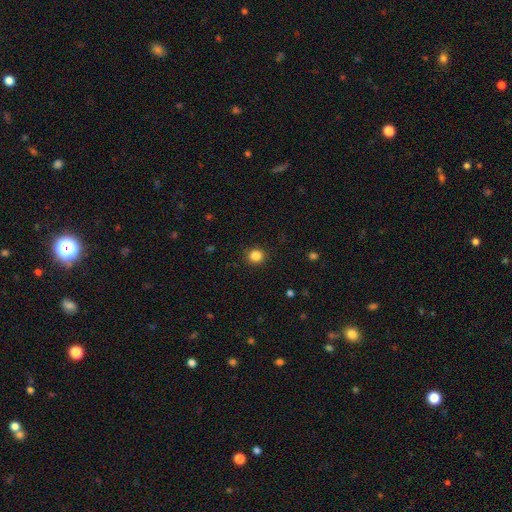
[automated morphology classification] smooth 85%, star or artifact 11%, featured or disk 4%. Down the decision tree: how rounded — round (87%); merging — none (90%).